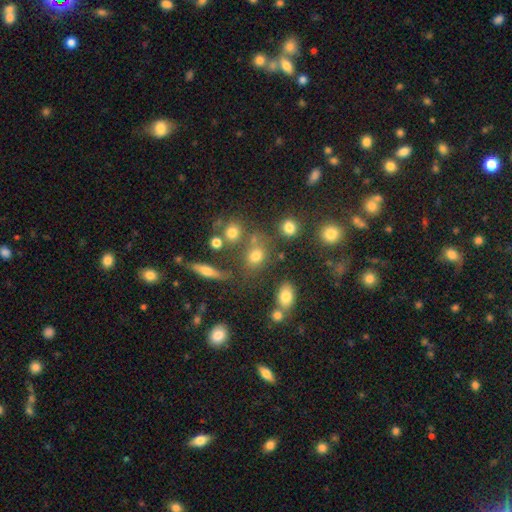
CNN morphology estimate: Q: Smooth or featured?
A: smooth (69%); runner-up: star or artifact (17%)
Q: How rounded?
A: round (50%); runner-up: in between (46%)
Q: Merging?
A: none (58%); runner-up: merger (20%)